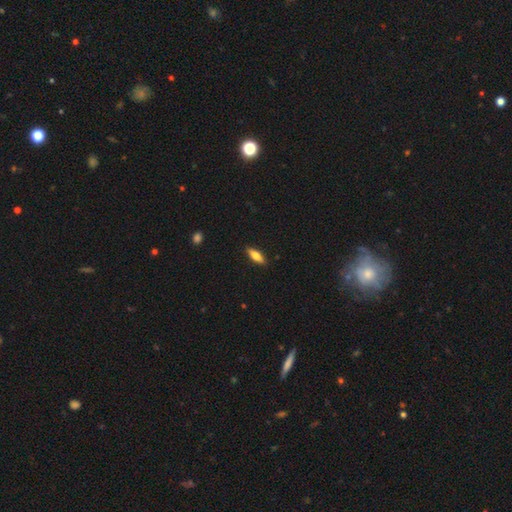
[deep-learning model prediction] Overall: smooth (72%). How rounded: in between (55%; cigar-shaped 43%). Merging: none (89%).